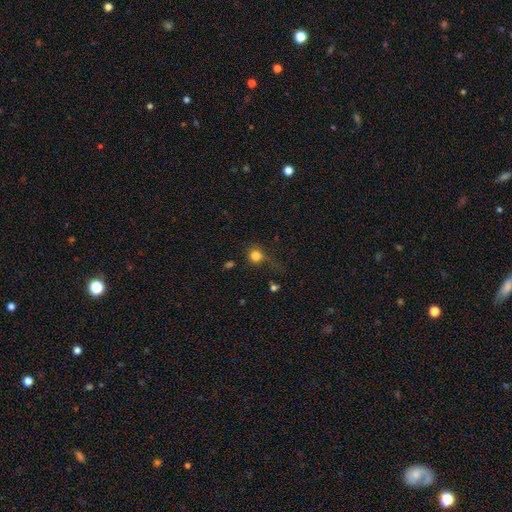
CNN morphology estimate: type=smooth (81%); roundness=round (87%); merging=none (62%).